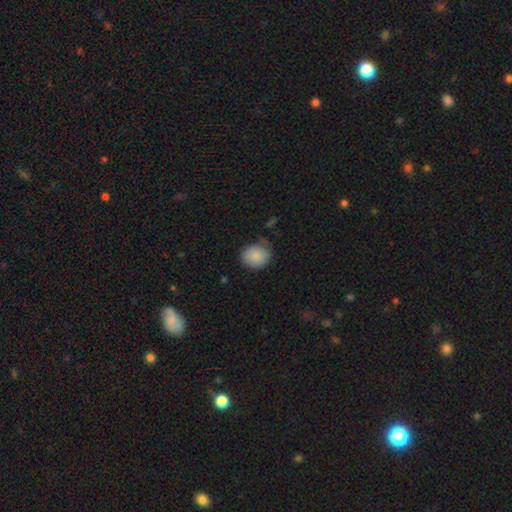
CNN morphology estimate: This is clearly a smooth galaxy (87%). How rounded: likely round (65%). Merging: likely none (71%).